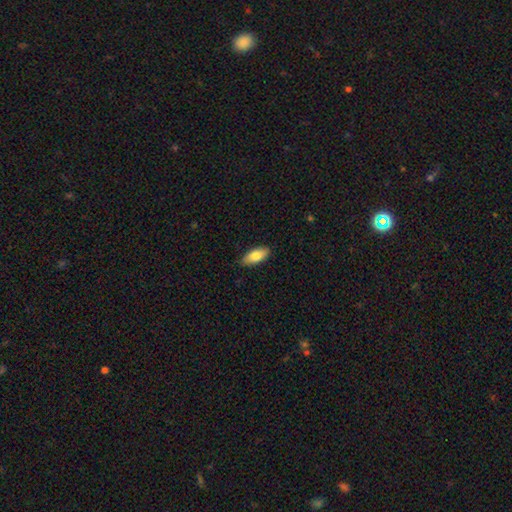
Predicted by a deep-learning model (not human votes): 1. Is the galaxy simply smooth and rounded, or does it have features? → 82% smooth, 12% featured or disk, 6% star or artifact.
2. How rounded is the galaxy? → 86% in between, 11% cigar-shaped, 2% round.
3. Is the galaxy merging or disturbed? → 85% none, 12% minor disturbance, 2% major disturbance, 1% merger.